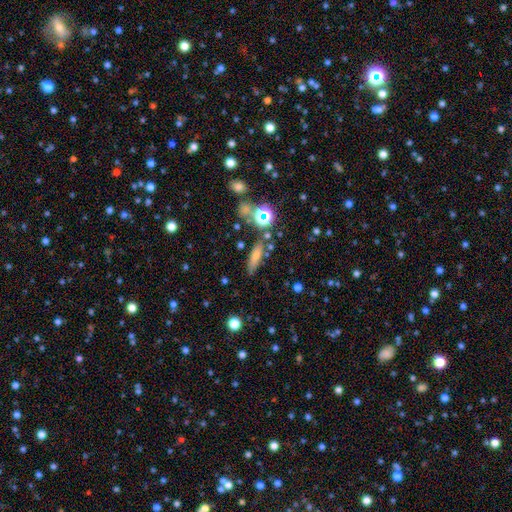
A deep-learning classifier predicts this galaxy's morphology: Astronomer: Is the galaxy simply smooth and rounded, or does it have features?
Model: smooth — 65%.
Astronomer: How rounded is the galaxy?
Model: cigar-shaped — 59% (runner-up: in between, 34%).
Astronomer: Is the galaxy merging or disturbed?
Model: none — 75%.